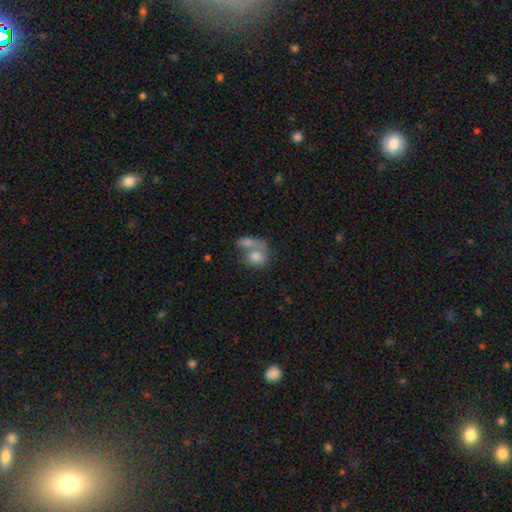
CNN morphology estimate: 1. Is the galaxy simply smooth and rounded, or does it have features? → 74% smooth, 17% featured or disk, 9% star or artifact.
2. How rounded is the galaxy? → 51% in between, 47% round, 2% cigar-shaped.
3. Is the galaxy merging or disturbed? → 62% merger, 22% none, 8% minor disturbance, 7% major disturbance.